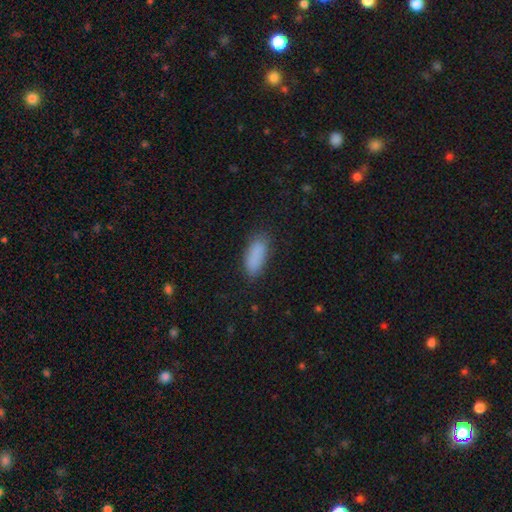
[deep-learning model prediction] smooth-or-featured: smooth: 88% | star or artifact: 8% | featured or disk: 5%
  how-rounded: in between: 80% | cigar-shaped: 18% | round: 2%
  merging: none: 80% | minor disturbance: 15% | major disturbance: 4% | merger: 1%